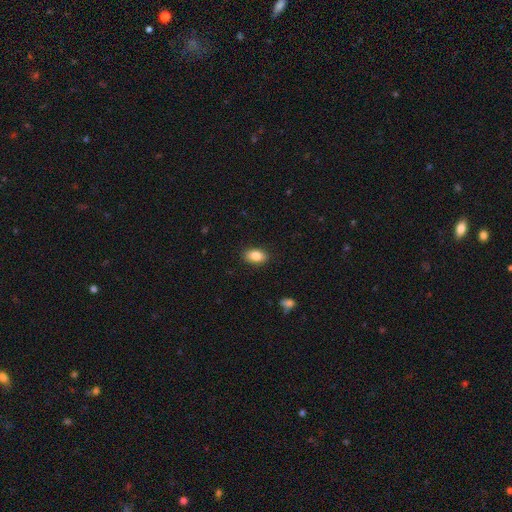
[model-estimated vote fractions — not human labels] smooth 85%, star or artifact 8%, featured or disk 7%. Down the decision tree: how rounded — in between (89%); merging — none (88%).